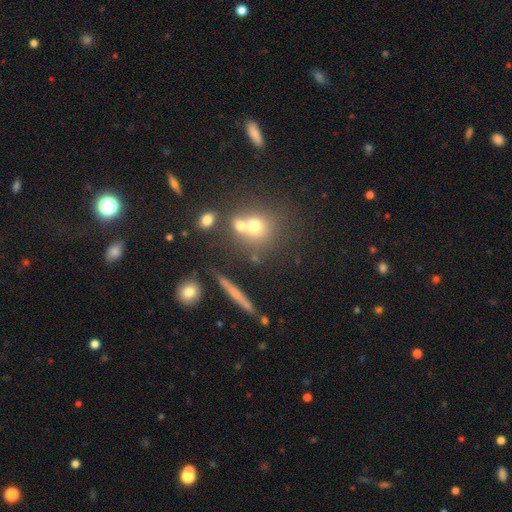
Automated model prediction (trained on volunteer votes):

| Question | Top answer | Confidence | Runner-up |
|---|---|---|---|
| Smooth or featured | smooth | 54% | featured or disk (23%) |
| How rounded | round | 72% | in between (17%) |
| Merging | none | 57% | merger (28%) |